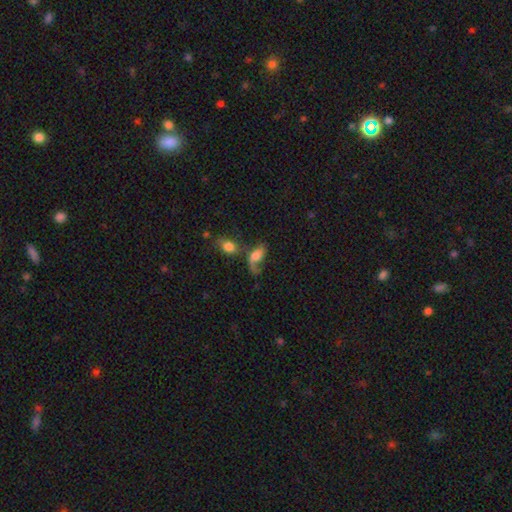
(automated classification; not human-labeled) This is possibly a smooth galaxy (56%). How rounded: clearly in between (84%). Merging: marginally merger (32%).